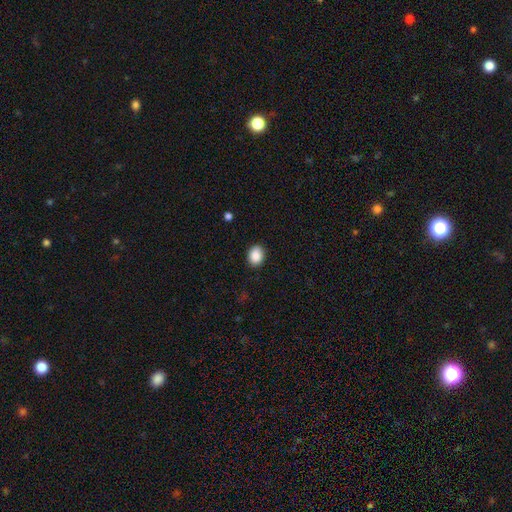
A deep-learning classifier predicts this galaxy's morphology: This is clearly a smooth galaxy (88%). How rounded: possibly in between (57%). Merging: clearly none (89%).